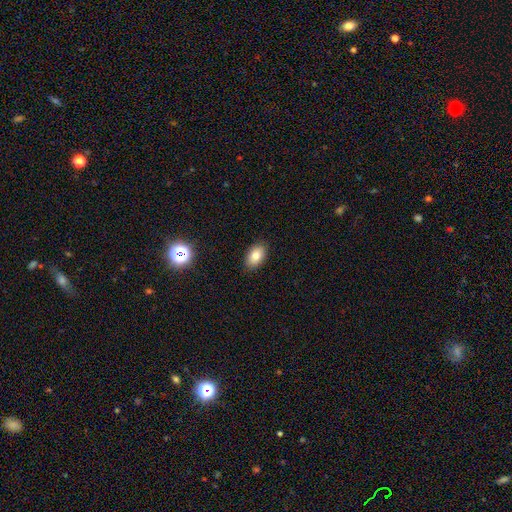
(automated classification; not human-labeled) Overall: smooth (80%). How rounded: in between (90%). Merging: none (88%).